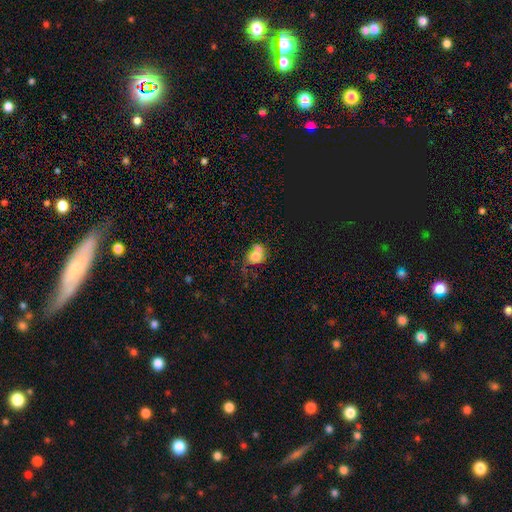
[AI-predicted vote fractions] Overall: smooth (68%). How rounded: round (60%; in between 39%). Merging: merger (35%; none 32%).